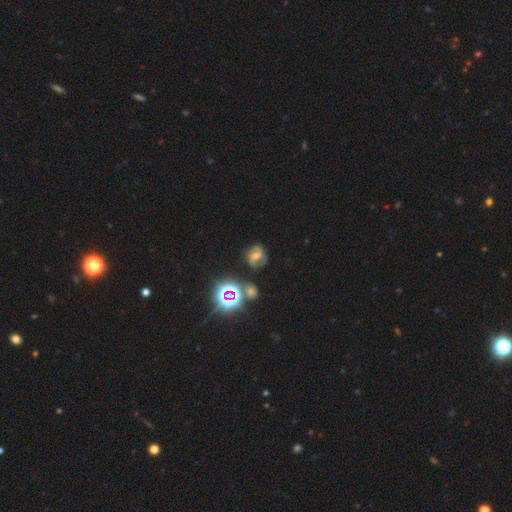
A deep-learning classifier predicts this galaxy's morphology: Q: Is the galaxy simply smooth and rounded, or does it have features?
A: featured or disk — 39%.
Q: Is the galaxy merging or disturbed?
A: none — 73%.